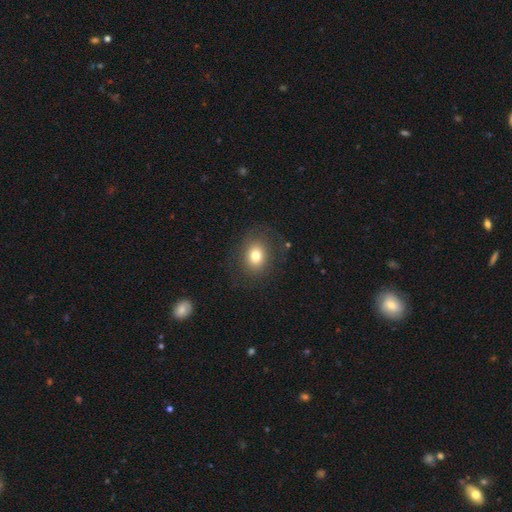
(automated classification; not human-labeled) Smooth or featured? smooth (76%)
How rounded? round (54%)
Merging? none (79%)